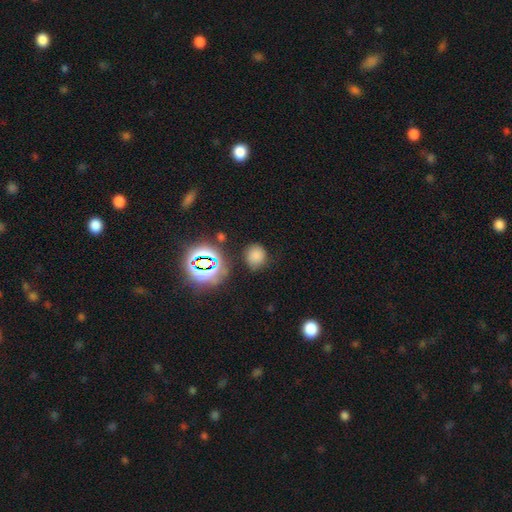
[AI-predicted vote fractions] Q: Smooth or featured?
A: smooth (71%); runner-up: star or artifact (22%)
Q: How rounded?
A: round (77%); runner-up: in between (22%)
Q: Merging?
A: none (77%); runner-up: minor disturbance (15%)